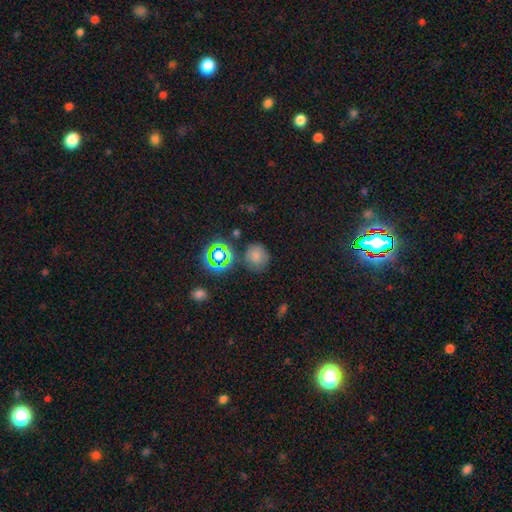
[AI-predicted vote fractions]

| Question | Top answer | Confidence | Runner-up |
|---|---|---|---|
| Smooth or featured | smooth | 71% | star or artifact (20%) |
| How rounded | round | 85% | in between (14%) |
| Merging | none | 73% | minor disturbance (16%) |